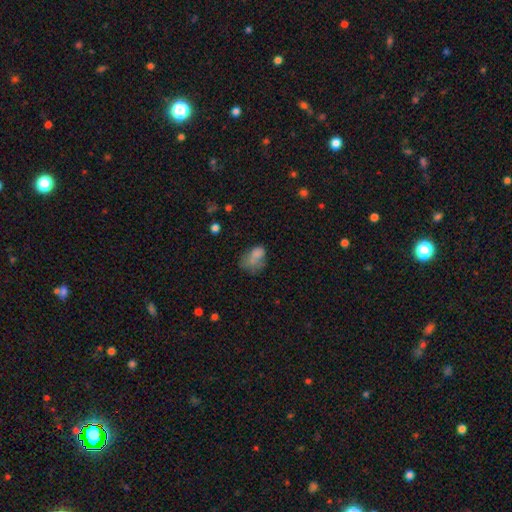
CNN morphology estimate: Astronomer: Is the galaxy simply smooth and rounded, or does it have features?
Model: smooth — 69%.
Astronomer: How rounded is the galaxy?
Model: in between — 84%.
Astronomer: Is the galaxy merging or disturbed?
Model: none — 30%, tied with major disturbance at 30%.